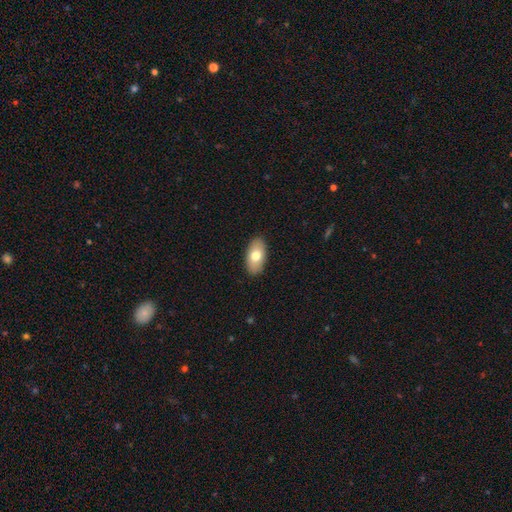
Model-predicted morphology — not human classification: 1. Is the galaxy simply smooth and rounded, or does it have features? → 74% smooth, 20% featured or disk, 6% star or artifact.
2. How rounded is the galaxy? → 94% in between, 4% round, 3% cigar-shaped.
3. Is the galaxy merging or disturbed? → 89% none, 8% minor disturbance, 2% major disturbance, 1% merger.